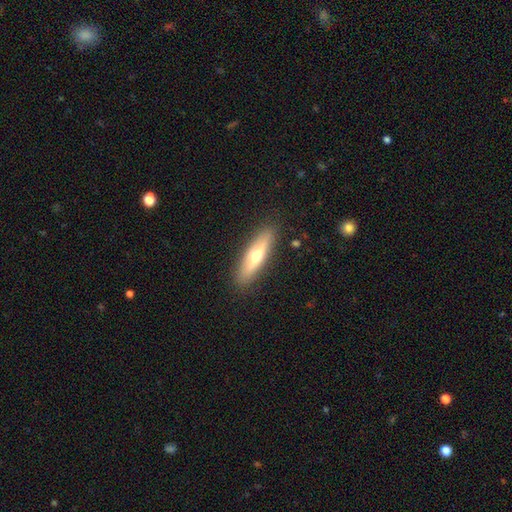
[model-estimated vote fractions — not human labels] A smooth galaxy with no disk features (50%). Merging: none (89%).